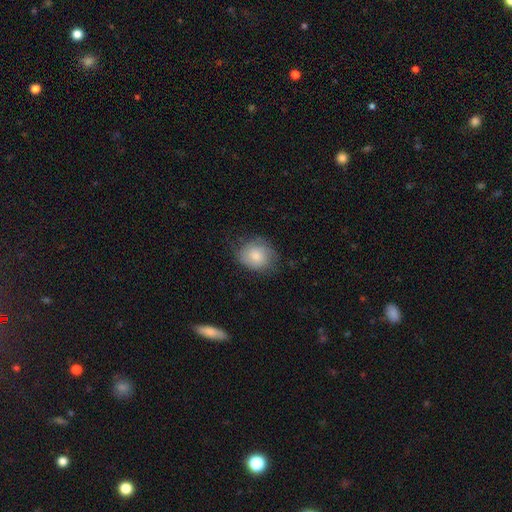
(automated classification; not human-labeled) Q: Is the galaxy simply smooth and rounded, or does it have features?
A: smooth — 68%.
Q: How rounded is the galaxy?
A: round — 63%.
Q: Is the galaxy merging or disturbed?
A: none — 64%.